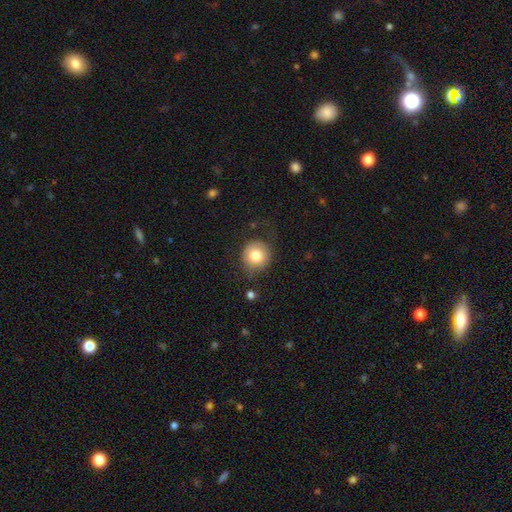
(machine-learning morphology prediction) The model was most divided on "merging": none: 72%, minor disturbance: 18%, major disturbance: 8%, merger: 2%. More confident: how rounded — round (91%); smooth or featured — smooth (79%).